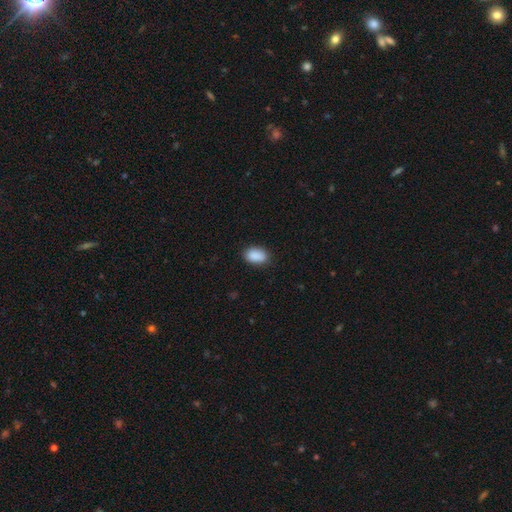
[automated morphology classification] Smooth or featured? smooth (90%)
How rounded? in between (89%)
Merging? none (84%)